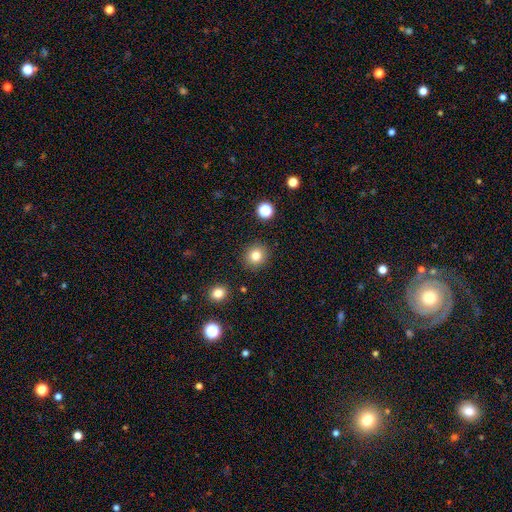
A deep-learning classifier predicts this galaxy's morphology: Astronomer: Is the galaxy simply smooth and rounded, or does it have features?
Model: smooth — 82%.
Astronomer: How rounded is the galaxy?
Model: round — 85%.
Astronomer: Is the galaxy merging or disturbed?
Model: none — 89%.